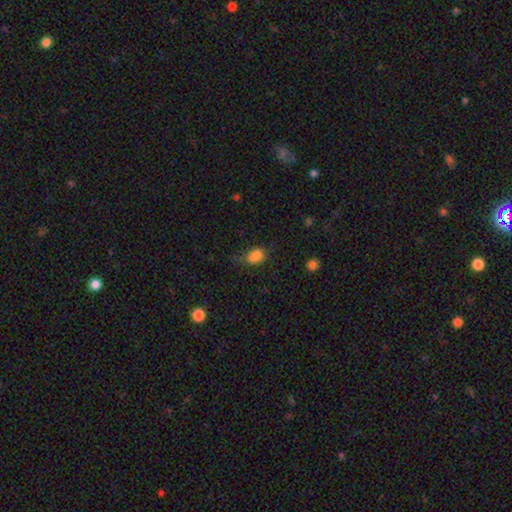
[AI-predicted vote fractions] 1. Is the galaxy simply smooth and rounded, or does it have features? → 82% smooth, 11% star or artifact, 7% featured or disk.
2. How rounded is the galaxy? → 75% in between, 24% round, 2% cigar-shaped.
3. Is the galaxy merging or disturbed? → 51% none, 32% minor disturbance, 13% major disturbance, 4% merger.